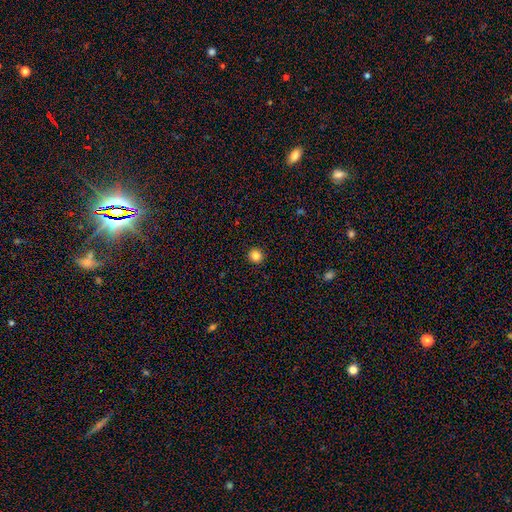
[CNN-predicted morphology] type=smooth (84%); roundness=round (93%); merging=none (93%).